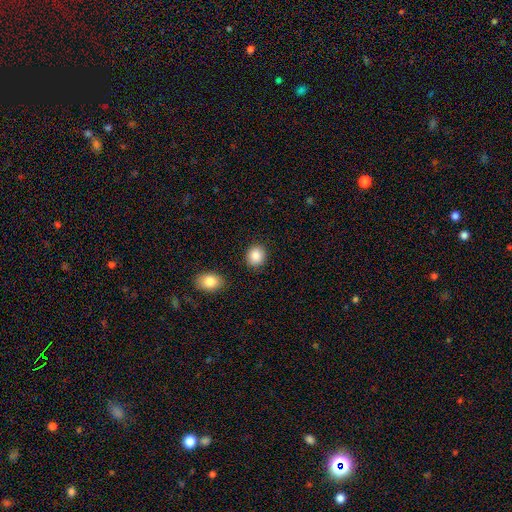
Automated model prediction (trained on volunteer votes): smooth_or_featured: smooth (p=0.88) [alt: star or artifact p=0.08]
how_rounded: round (p=0.74) [alt: in between p=0.25]
merging: none (p=0.87) [alt: minor disturbance p=0.08]